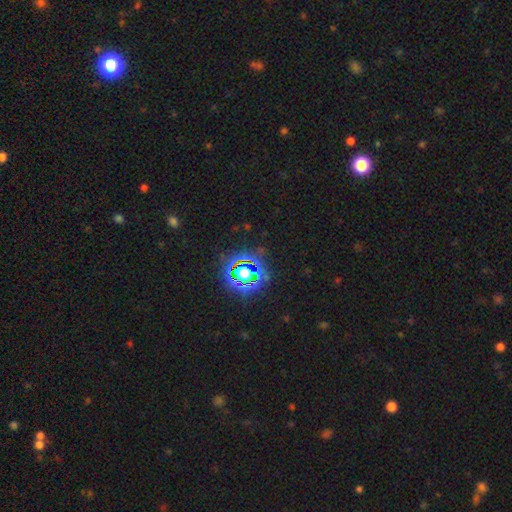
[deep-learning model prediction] The model was most divided on "smooth or featured": star or artifact: 82%, smooth: 12%, featured or disk: 6%.